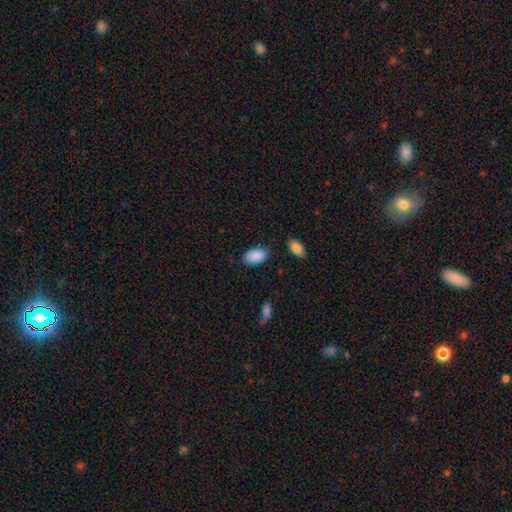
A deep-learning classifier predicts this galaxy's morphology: Smooth or featured? Predicted: smooth (p=0.90). How rounded? Predicted: in between (p=0.94). Merging? Predicted: none (p=0.80).